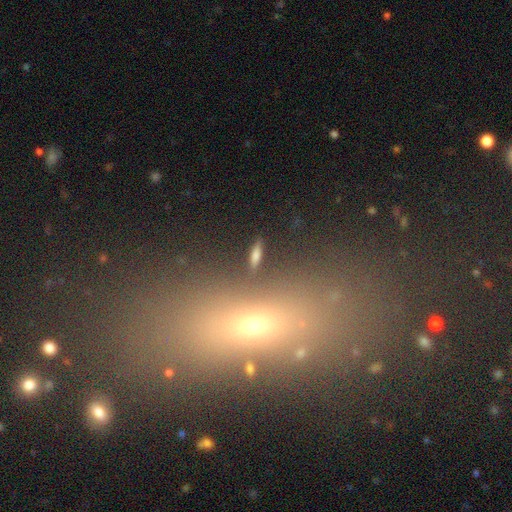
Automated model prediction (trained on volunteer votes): smooth-or-featured: smooth: 64% | featured or disk: 21% | star or artifact: 15%
  how-rounded: cigar-shaped: 55% | in between: 38% | round: 7%
  merging: none: 86% | minor disturbance: 8% | merger: 3% | major disturbance: 3%